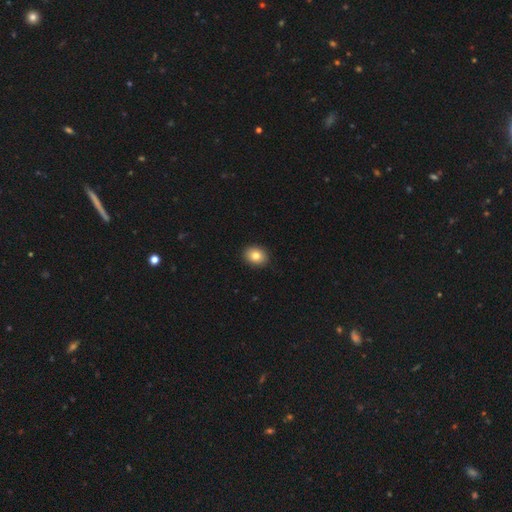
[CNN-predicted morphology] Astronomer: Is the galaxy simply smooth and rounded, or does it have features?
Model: smooth — 82%.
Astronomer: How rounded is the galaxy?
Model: round — 50% (runner-up: in between, 49%).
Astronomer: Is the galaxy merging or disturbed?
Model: none — 91%.